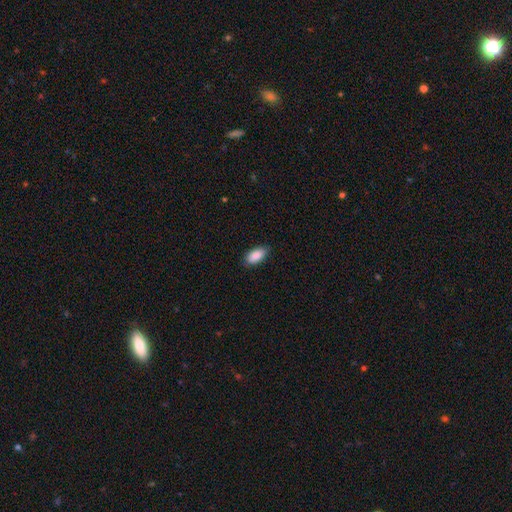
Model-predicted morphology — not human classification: Smooth or featured? smooth (88%)
How rounded? in between (90%)
Merging? none (84%)